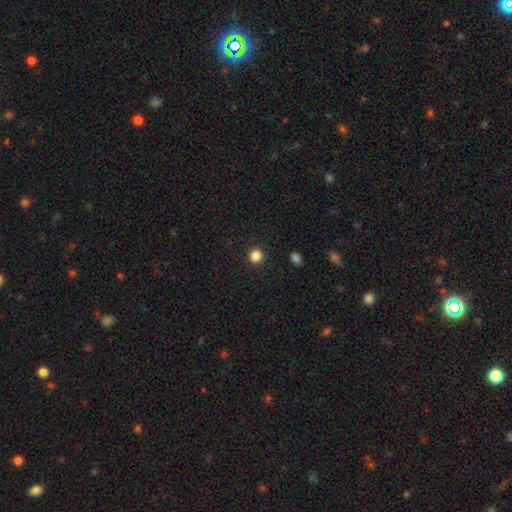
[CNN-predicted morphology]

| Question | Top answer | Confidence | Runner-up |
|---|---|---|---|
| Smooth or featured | smooth | 85% | star or artifact (11%) |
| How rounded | round | 93% | in between (6%) |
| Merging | none | 92% | minor disturbance (5%) |